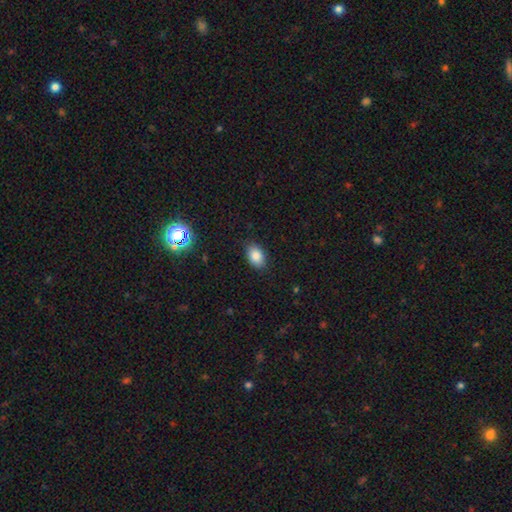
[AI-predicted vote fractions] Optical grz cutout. It shows a smooth galaxy with no disk features (85%) that is in between round and cigar-shaped (84%). Merging: none (86%).